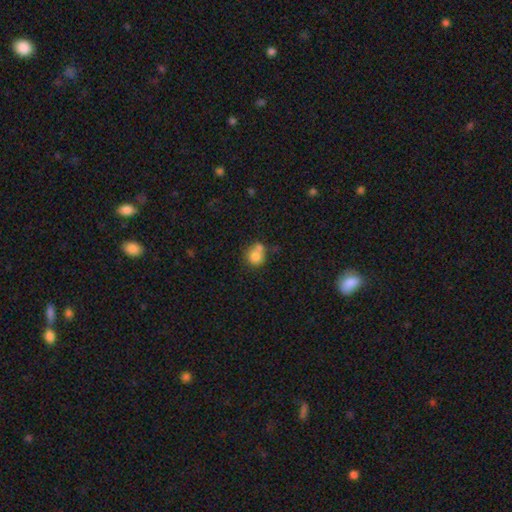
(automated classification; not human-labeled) Overall: smooth (77%). How rounded: round (80%). Merging: merger (42%; none 39%).